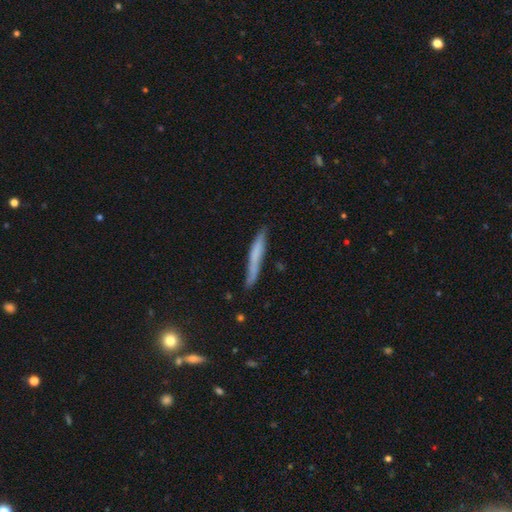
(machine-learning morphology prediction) Smooth or featured? smooth (59%)
How rounded? cigar-shaped (95%)
Merging? none (77%)